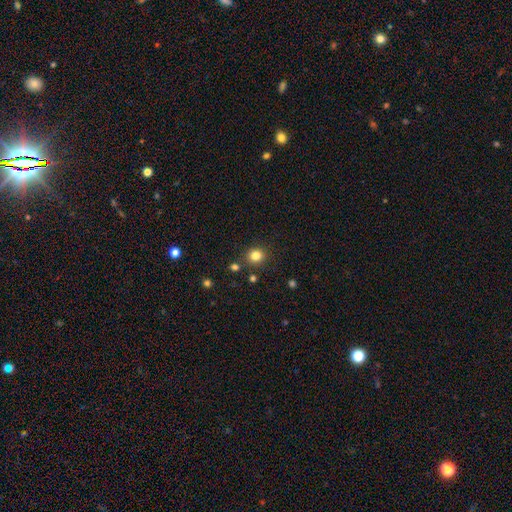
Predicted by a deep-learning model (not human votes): Smooth or featured?
  - smooth: 82% *
  - star or artifact: 13%
  - featured or disk: 5%
How rounded?
  - round: 84% *
  - in between: 15%
  - cigar-shaped: 1%
Merging?
  - none: 85% *
  - minor disturbance: 8%
  - merger: 5%
  - major disturbance: 3%